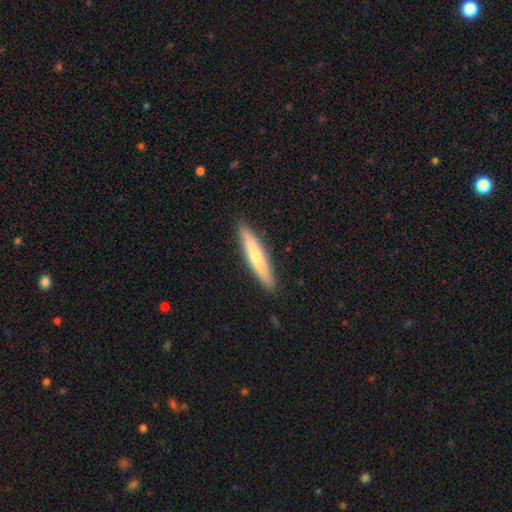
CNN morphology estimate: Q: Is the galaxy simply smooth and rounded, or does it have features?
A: smooth — 56%.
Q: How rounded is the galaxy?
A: cigar-shaped — 90%.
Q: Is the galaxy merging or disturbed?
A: none — 90%.